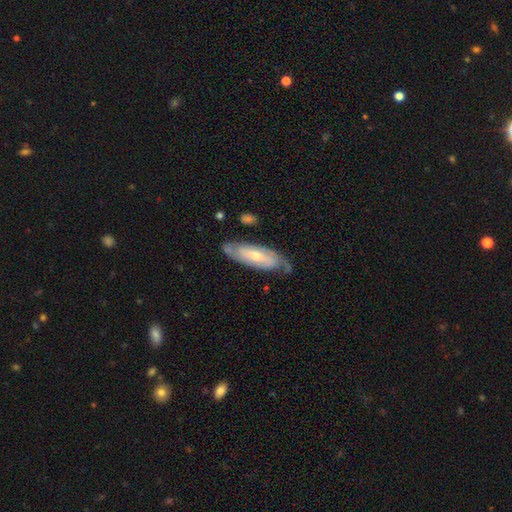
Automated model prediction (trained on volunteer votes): Morphology: type=featured or disk (69%); edge-on=no (81%); bar=no (60%); spiral arms=yes (85%); bulge=small (57%); merging=none (73%).